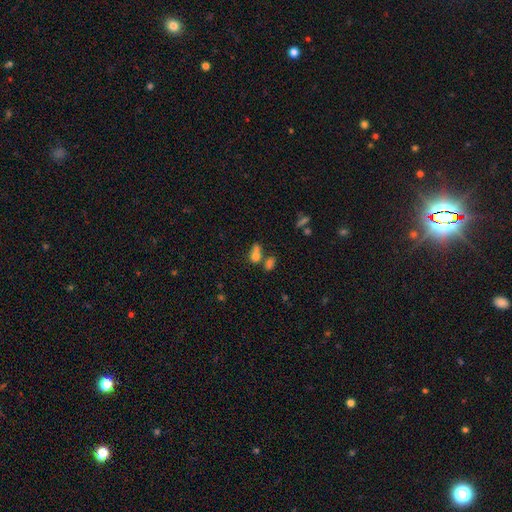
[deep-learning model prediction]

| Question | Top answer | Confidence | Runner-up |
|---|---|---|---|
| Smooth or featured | smooth | 73% | star or artifact (14%) |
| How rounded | in between | 57% | round (40%) |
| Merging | merger | 51% | none (30%) |